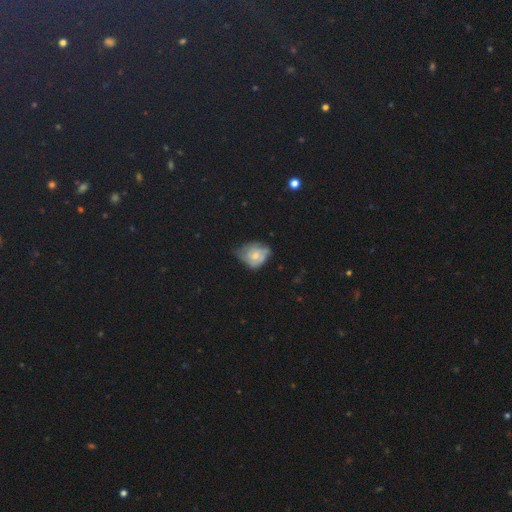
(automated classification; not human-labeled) Smooth or featured: smooth — 51% (featured or disk — 39%)
How rounded: round — 50% (in between — 49%)
Merging: minor disturbance — 42% (none — 35%)